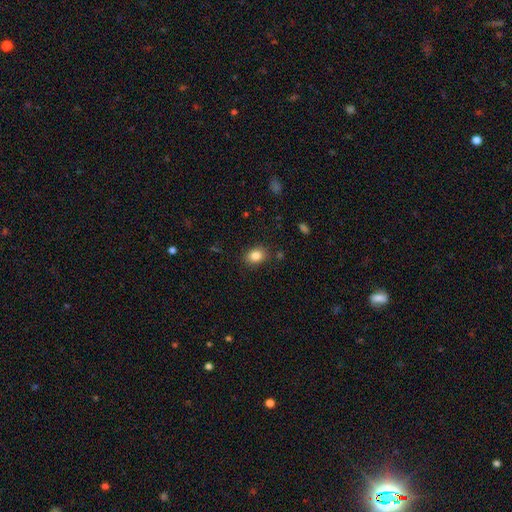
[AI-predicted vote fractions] This appears to be a smooth galaxy with no disk features (85%) that is in between round and cigar-shaped (64%). Merging: none (85%).